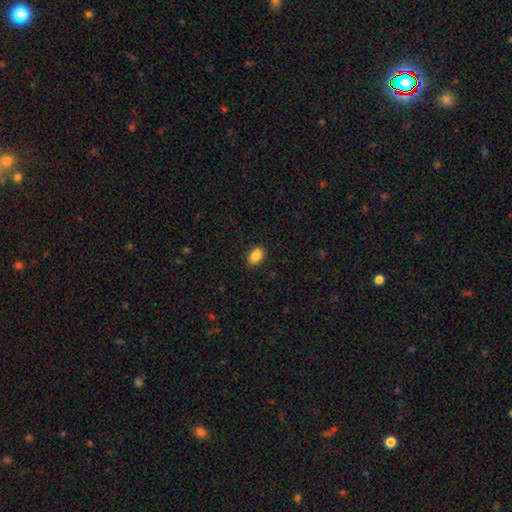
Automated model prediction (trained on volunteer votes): Smooth or featured? smooth (87%)
How rounded? in between (89%)
Merging? none (87%)